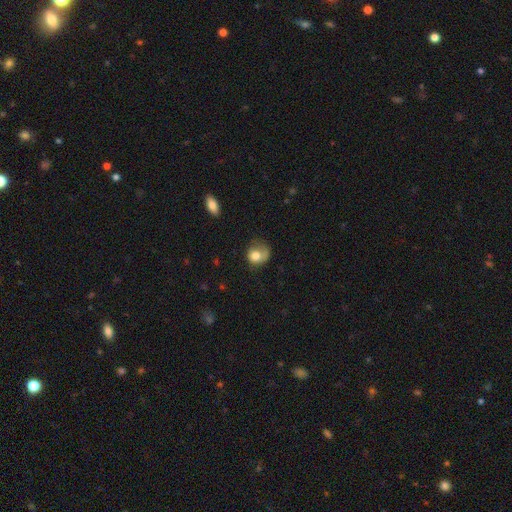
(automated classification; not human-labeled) Q: Smooth or featured?
A: smooth (73%); runner-up: featured or disk (19%)
Q: How rounded?
A: round (72%); runner-up: in between (27%)
Q: Merging?
A: none (37%); runner-up: minor disturbance (30%)